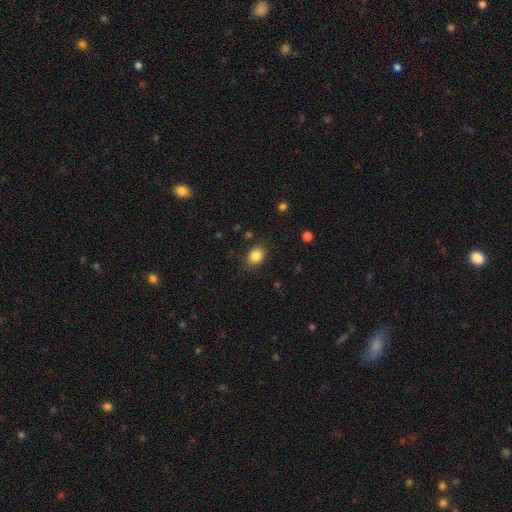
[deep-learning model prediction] This is clearly a smooth galaxy (85%). How rounded: likely in between (68%). Merging: clearly none (84%).